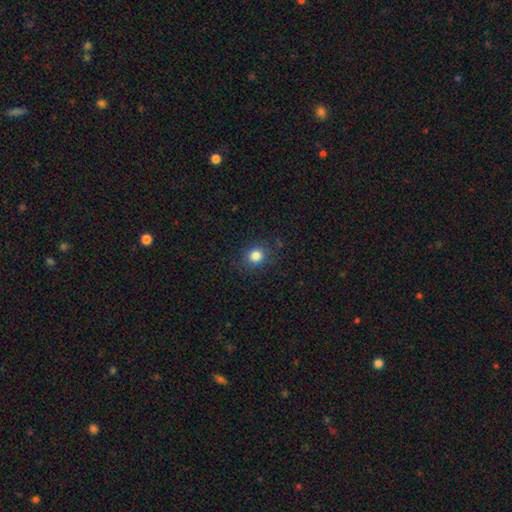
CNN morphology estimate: smooth 83%, star or artifact 12%, featured or disk 5%. Down the decision tree: how rounded — round (77%); merging — none (85%).